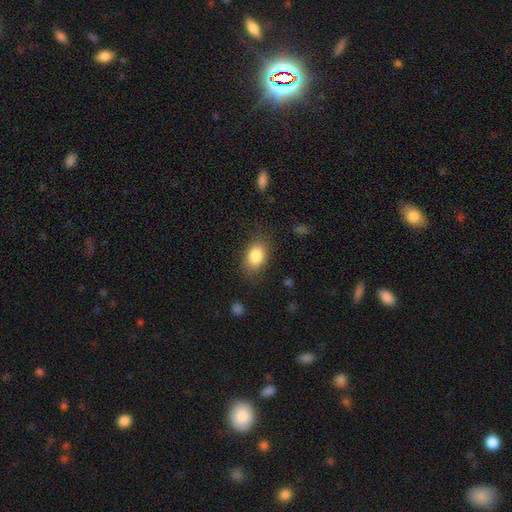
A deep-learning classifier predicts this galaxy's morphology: Smooth or featured: smooth — 84% (star or artifact — 8%)
How rounded: in between — 81% (round — 17%)
Merging: none — 79% (minor disturbance — 14%)